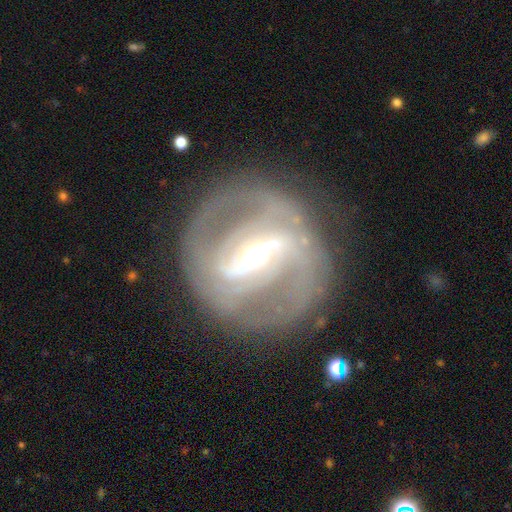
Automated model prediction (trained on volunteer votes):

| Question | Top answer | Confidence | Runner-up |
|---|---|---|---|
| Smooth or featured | featured or disk | 86% | smooth (8%) |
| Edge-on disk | no | 95% | yes (5%) |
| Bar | strong | 63% | weak (28%) |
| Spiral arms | yes | 90% | no (10%) |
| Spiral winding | tight | 44% | medium (40%) |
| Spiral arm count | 2 | 61% | can't tell (17%) |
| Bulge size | small | 52% | moderate (42%) |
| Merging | none | 77% | minor disturbance (13%) |